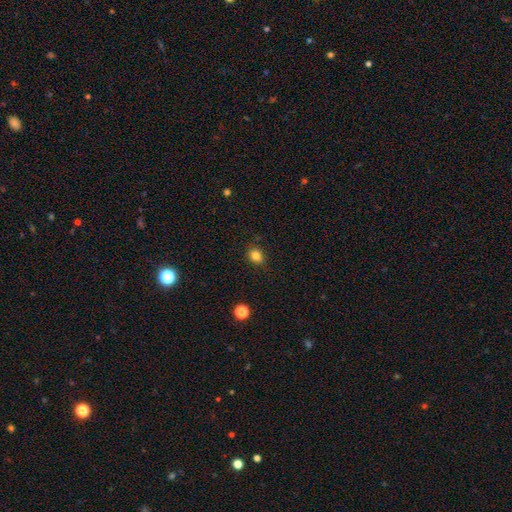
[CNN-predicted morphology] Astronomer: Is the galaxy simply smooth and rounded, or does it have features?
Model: smooth — 82%.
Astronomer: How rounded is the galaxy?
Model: round — 61% (runner-up: in between, 38%).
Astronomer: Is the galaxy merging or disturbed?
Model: none — 84%.